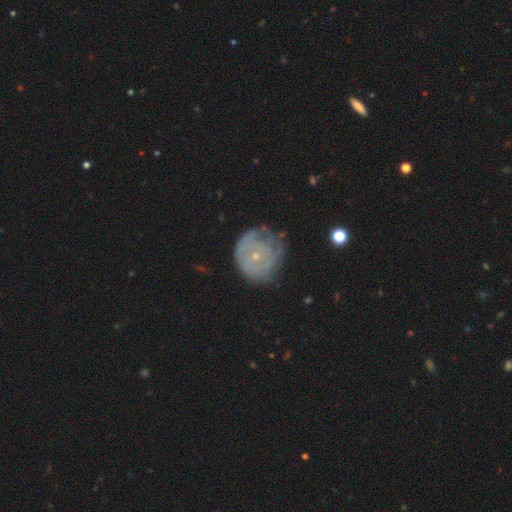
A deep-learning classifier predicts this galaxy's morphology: This is likely a featured or disk galaxy (61%). It is clearly not viewed edge-on (97%). Bar: clearly no (87%). Spiral arm pattern: likely yes (63%). Central bulge: clearly small (82%). Merging: possibly none (51%).